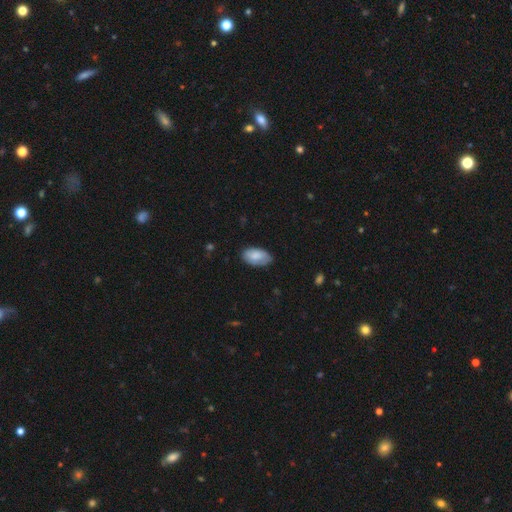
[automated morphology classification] smooth_or_featured: smooth (p=0.82) [alt: featured or disk p=0.12]
how_rounded: in between (p=0.95) [alt: round p=0.03]
merging: none (p=0.74) [alt: minor disturbance p=0.22]